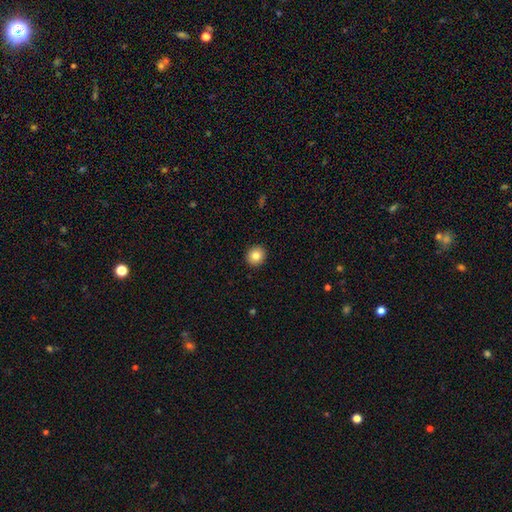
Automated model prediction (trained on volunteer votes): The model was most divided on "smooth or featured": smooth: 85%, star or artifact: 9%, featured or disk: 6%. More confident: merging — none (93%); how rounded — round (90%).